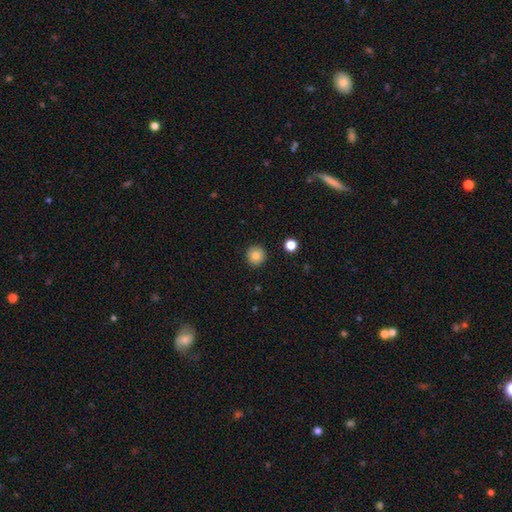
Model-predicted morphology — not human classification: Q: Smooth or featured?
A: smooth (82%); runner-up: star or artifact (10%)
Q: How rounded?
A: round (95%); runner-up: in between (4%)
Q: Merging?
A: none (92%); runner-up: minor disturbance (5%)